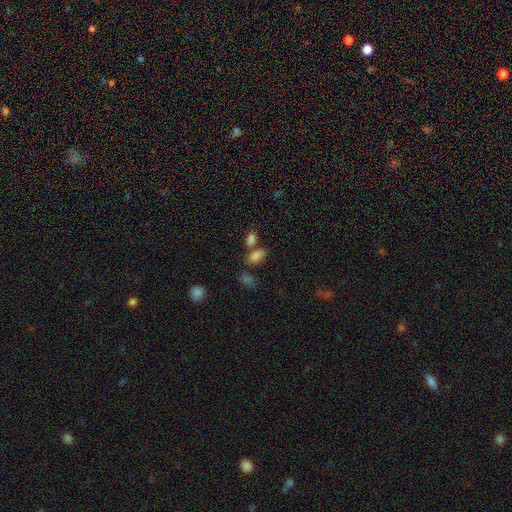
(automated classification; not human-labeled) smooth_or_featured: smooth (p=0.82) [alt: star or artifact p=0.12]
how_rounded: in between (p=0.89) [alt: round p=0.08]
merging: none (p=0.53) [alt: merger p=0.30]